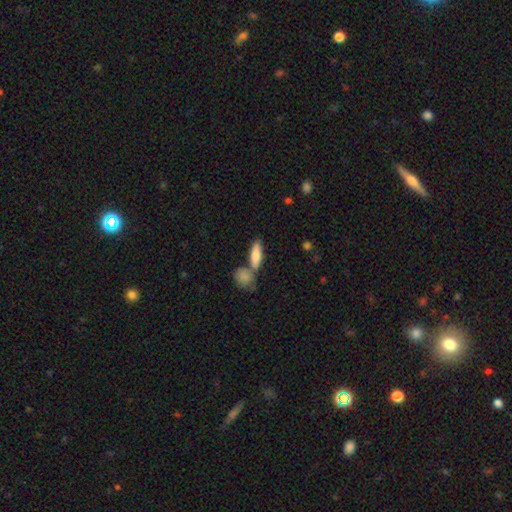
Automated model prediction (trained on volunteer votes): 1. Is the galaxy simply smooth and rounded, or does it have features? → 79% smooth, 15% featured or disk, 6% star or artifact.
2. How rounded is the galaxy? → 56% in between, 40% cigar-shaped, 4% round.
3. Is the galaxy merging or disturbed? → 53% none, 31% merger, 12% minor disturbance, 4% major disturbance.